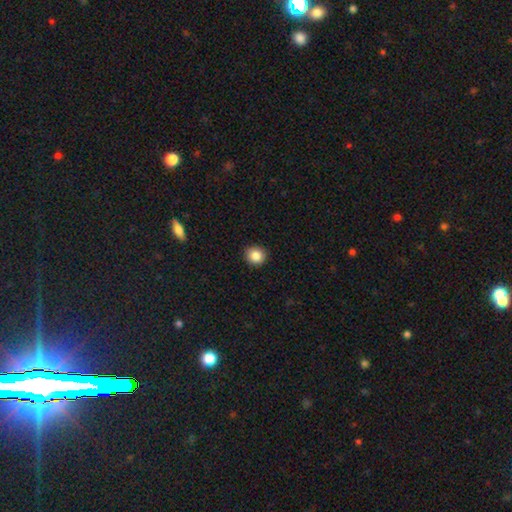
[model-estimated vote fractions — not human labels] Morphology: type=smooth (86%); roundness=round (89%); merging=none (91%).